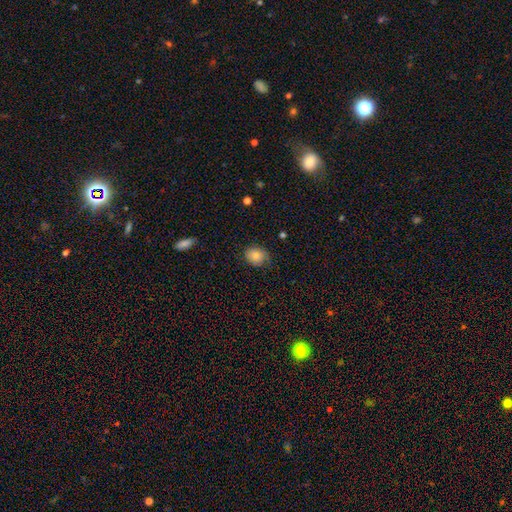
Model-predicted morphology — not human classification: A smooth galaxy with no disk features (77%) that is round (54%).

Vote fractions:
- Smooth or featured? smooth: 77% / featured or disk: 14% / star or artifact: 9%
- How rounded? round: 54% / in between: 45% / cigar-shaped: 1%
- Merging? none: 65% / minor disturbance: 26% / major disturbance: 8% / merger: 1%